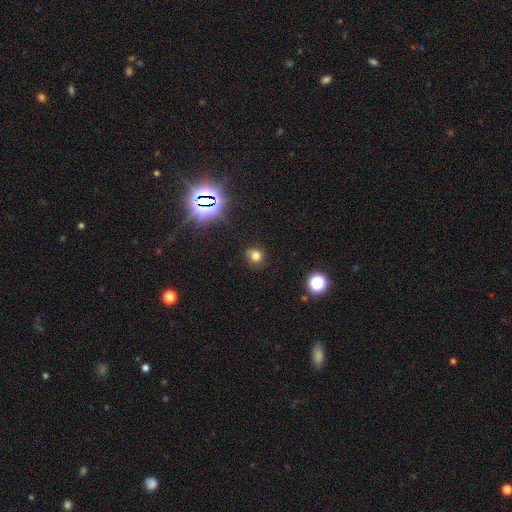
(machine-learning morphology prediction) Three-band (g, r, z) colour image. It shows a smooth galaxy with no disk features (70%) that is round (78%). Merging: none (76%).